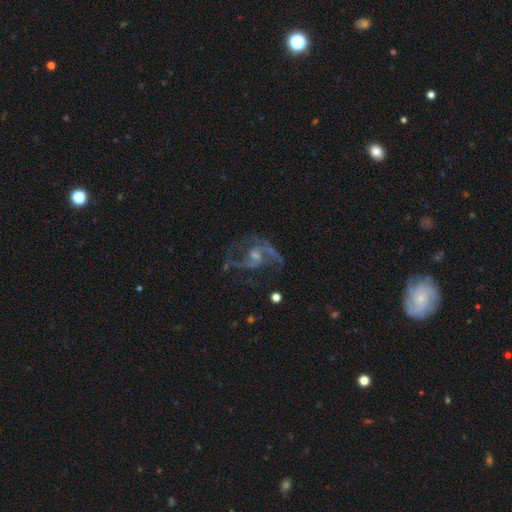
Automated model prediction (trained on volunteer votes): This is clearly a featured or disk galaxy (83%). It is clearly not viewed edge-on (97%). Bar: possibly no (49%). Spiral arm pattern: clearly yes (90%). Spiral arm count: likely 2 (74%). Spiral winding: possibly medium (47%). Central bulge: possibly small (53%). Merging: possibly none (53%).